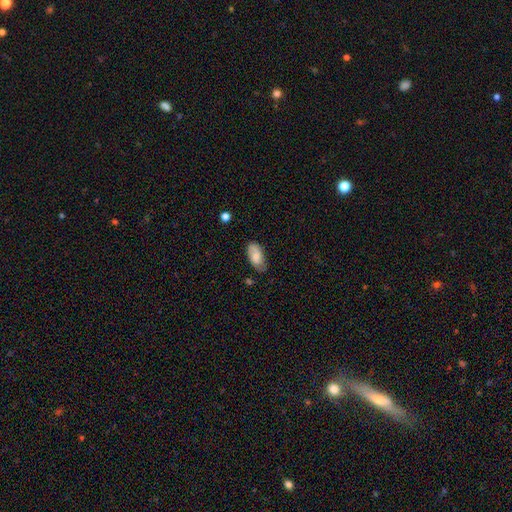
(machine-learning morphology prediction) Overall: smooth (76%). How rounded: in between (93%). Merging: none (68%).